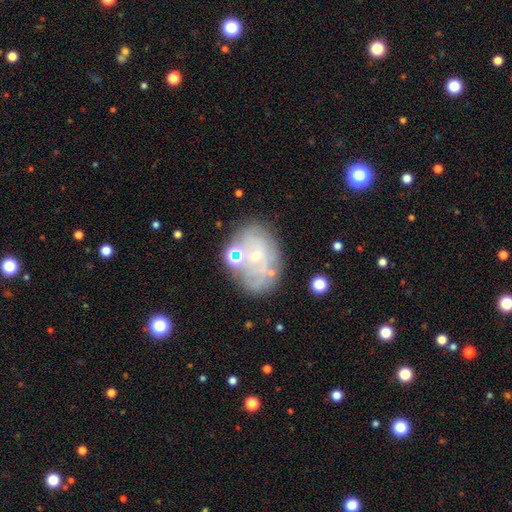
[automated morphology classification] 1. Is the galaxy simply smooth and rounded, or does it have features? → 59% featured or disk, 28% smooth, 14% star or artifact.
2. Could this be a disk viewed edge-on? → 97% no, 3% yes.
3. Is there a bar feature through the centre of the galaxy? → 86% no, 11% weak, 3% strong.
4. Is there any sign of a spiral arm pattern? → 61% no, 39% yes.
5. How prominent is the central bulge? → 76% small, 13% moderate, 8% none, 1% large, 1% dominant.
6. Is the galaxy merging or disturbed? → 57% none, 21% minor disturbance, 12% major disturbance, 10% merger.